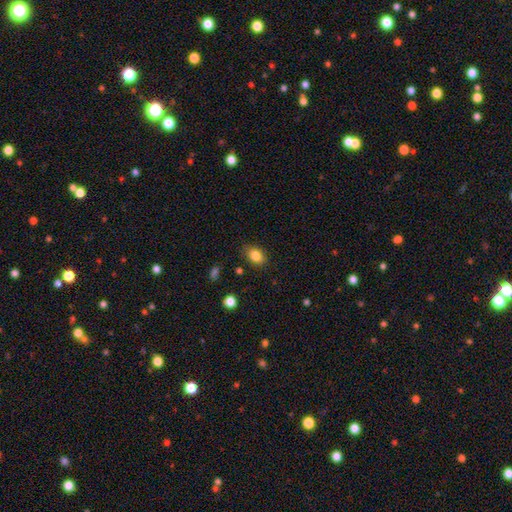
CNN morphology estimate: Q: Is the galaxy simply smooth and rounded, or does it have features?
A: smooth — 84%.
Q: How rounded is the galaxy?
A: in between — 77%.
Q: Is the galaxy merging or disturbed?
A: none — 82%.